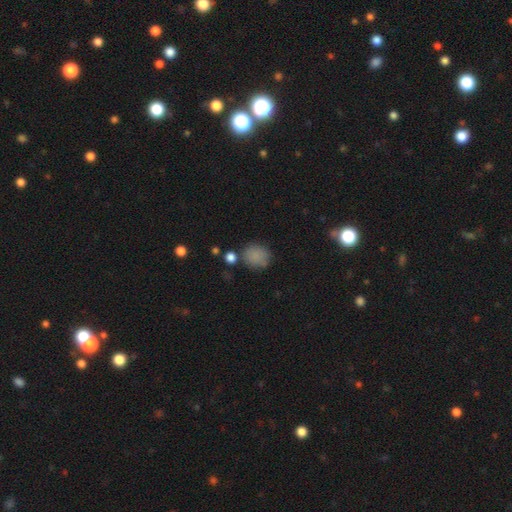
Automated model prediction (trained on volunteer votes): Morphology: type=smooth (82%); roundness=round (65%); merging=none (69%).